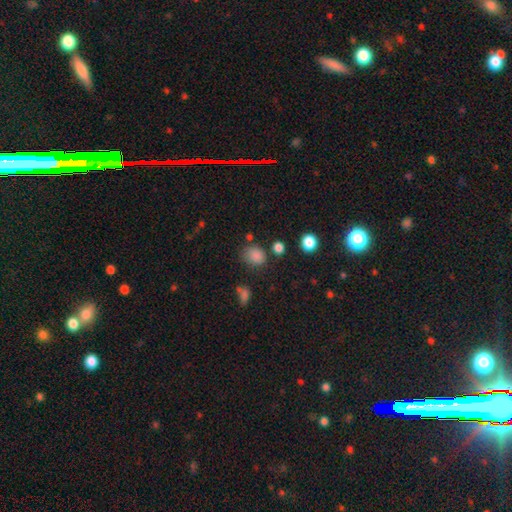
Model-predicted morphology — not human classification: smooth-or-featured: smooth: 82% | star or artifact: 13% | featured or disk: 5%
  how-rounded: round: 58% | in between: 41% | cigar-shaped: 1%
  merging: none: 69% | minor disturbance: 19% | major disturbance: 6% | merger: 6%